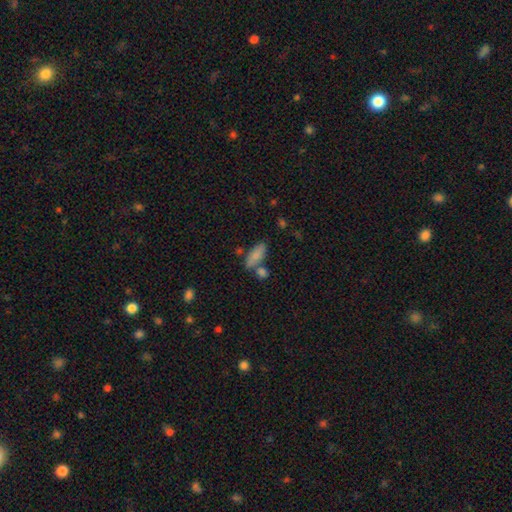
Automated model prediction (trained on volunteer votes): smooth-or-featured: smooth: 81% | featured or disk: 11% | star or artifact: 8%
  how-rounded: in between: 71% | cigar-shaped: 25% | round: 3%
  merging: none: 57% | merger: 22% | minor disturbance: 16% | major disturbance: 5%